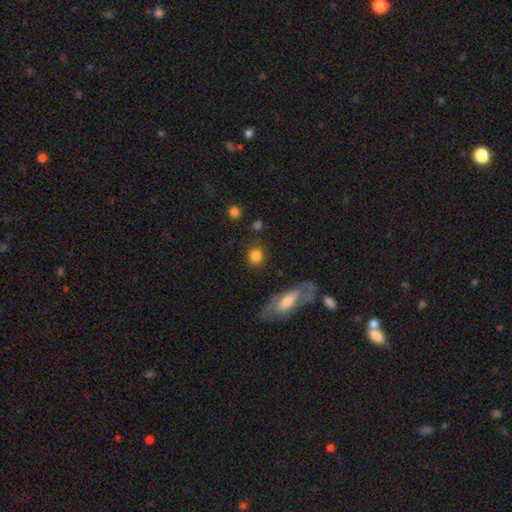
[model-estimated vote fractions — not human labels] smooth 82%, star or artifact 9%, featured or disk 9%. Down the decision tree: how rounded — round (88%); merging — none (85%).